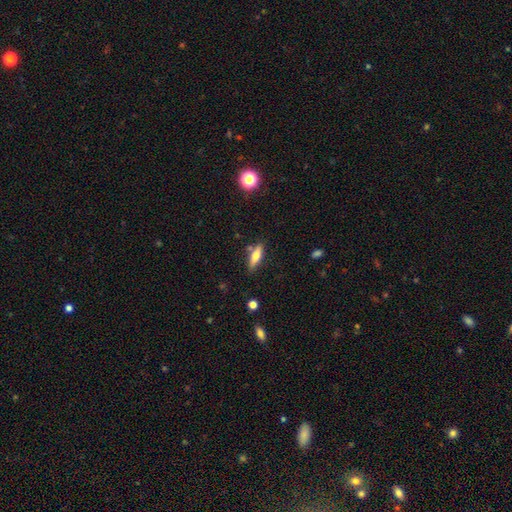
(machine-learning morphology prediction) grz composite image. It shows a smooth galaxy with no disk features (59%) that is cigar-shaped (52%). Merging: none (80%).